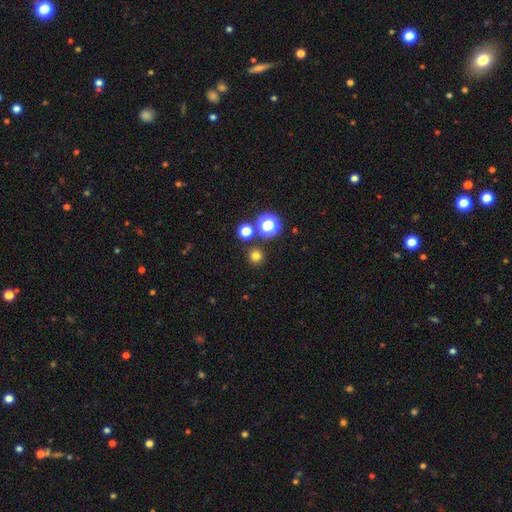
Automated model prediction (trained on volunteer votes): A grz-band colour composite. It shows a smooth galaxy with no disk features (75%) that is round (95%). Merging: none (86%).